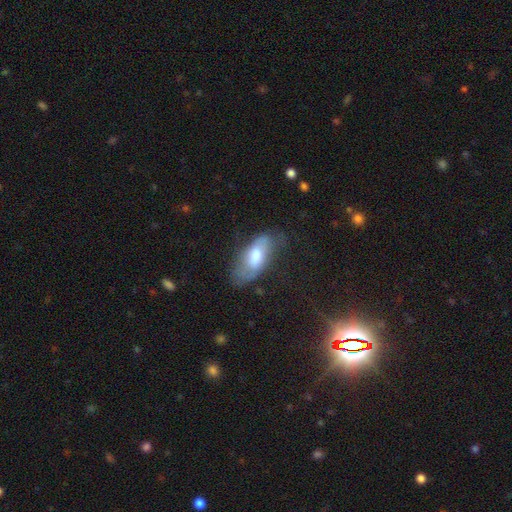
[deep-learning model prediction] The model was most divided on "smooth or featured": smooth: 59%, featured or disk: 34%, star or artifact: 7%. More confident: how rounded — in between (84%); merging — none (59%).